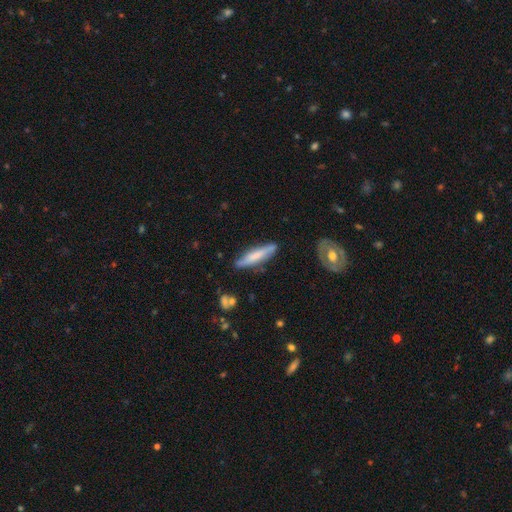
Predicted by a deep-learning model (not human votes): A smooth galaxy with no disk features (62%) that is cigar-shaped (86%).

Vote fractions:
- Smooth or featured? smooth: 62% / featured or disk: 33% / star or artifact: 6%
- How rounded? cigar-shaped: 86% / in between: 12% / round: 2%
- Merging? none: 82% / minor disturbance: 13% / major disturbance: 2% / merger: 2%